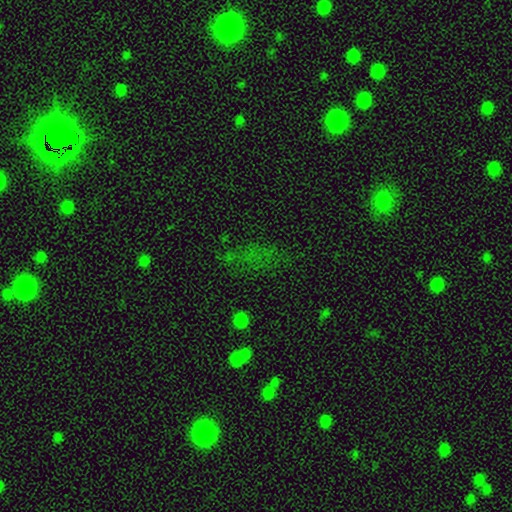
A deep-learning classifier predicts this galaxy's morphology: Smooth or featured: star or artifact — 53% (smooth — 35%)